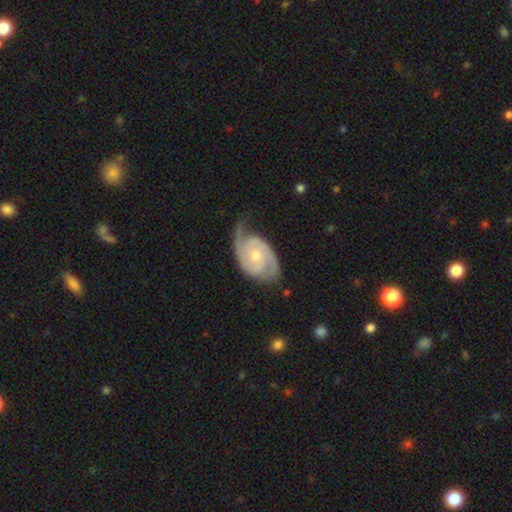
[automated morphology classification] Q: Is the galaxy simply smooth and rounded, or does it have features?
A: featured or disk — 89%.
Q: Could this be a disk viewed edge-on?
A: no — 97%.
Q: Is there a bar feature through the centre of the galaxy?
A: no — 66%.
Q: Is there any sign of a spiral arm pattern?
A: yes — 98%.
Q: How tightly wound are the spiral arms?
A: tight — 53%.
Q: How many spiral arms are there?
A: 2 — 83%.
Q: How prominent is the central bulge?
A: small — 48%.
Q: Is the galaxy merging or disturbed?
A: none — 63%.